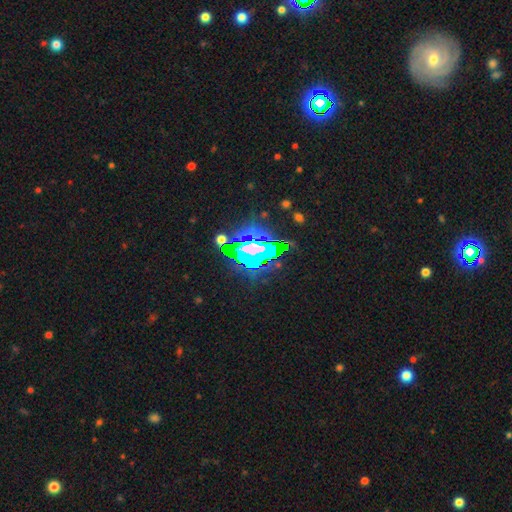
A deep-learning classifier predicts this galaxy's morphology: Overall: star or artifact (65%).